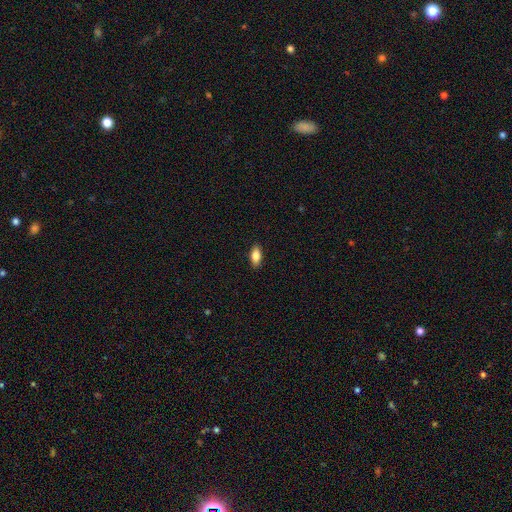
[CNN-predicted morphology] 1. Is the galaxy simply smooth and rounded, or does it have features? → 83% smooth, 10% featured or disk, 7% star or artifact.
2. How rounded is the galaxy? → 86% in between, 11% cigar-shaped, 3% round.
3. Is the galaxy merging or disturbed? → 89% none, 8% minor disturbance, 2% major disturbance, 1% merger.